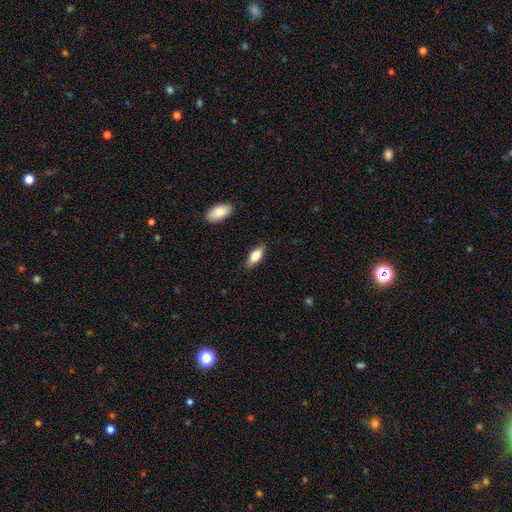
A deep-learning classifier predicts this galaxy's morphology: This appears to be a smooth galaxy with no disk features (75%) that is in between round and cigar-shaped (81%). Merging: none (85%).